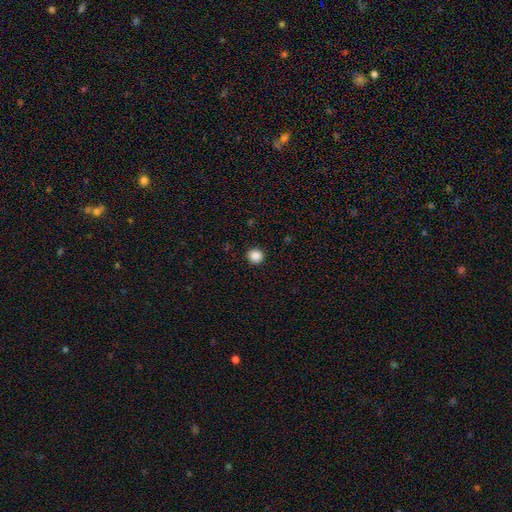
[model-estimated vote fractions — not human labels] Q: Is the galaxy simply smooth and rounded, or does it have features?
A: smooth — 87%.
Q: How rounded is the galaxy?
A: round — 94%.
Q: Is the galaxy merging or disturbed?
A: none — 93%.